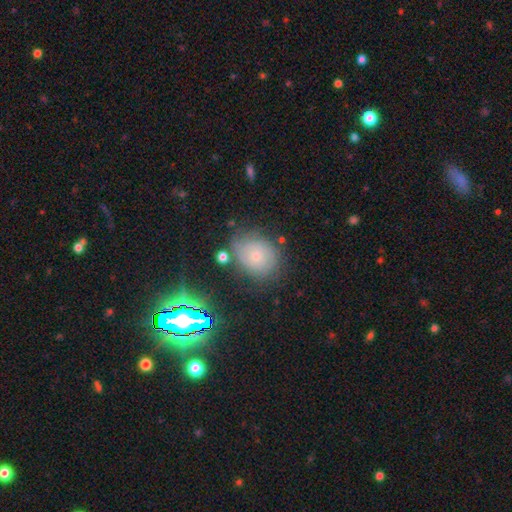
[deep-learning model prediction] Smooth or featured: featured or disk — 43% (smooth — 39%)
Merging: none — 66% (minor disturbance — 22%)